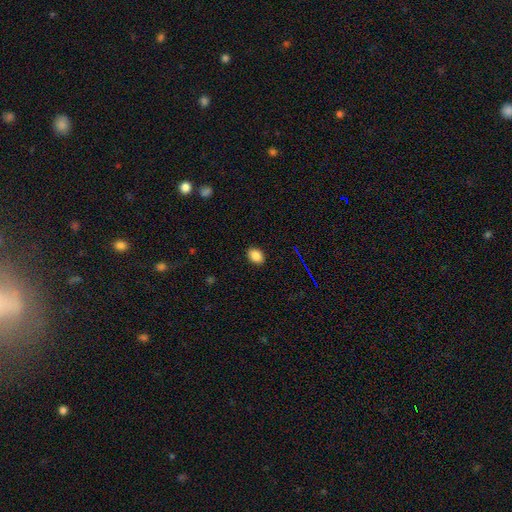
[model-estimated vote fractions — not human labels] This is clearly a smooth galaxy (86%). How rounded: likely in between (76%). Merging: clearly none (89%).